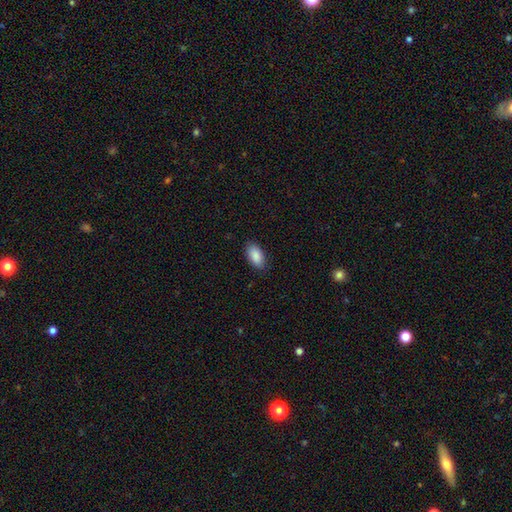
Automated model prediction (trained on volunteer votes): This is clearly a smooth galaxy (90%). How rounded: clearly in between (94%). Merging: clearly none (86%).